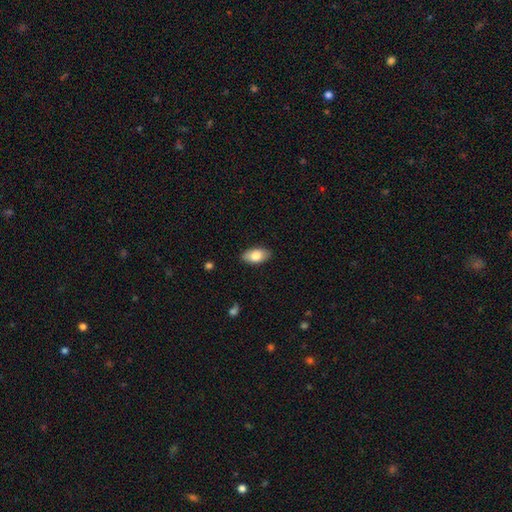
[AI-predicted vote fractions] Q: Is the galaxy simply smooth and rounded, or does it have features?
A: smooth — 81%.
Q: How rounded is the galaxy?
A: in between — 93%.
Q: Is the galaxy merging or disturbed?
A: none — 88%.